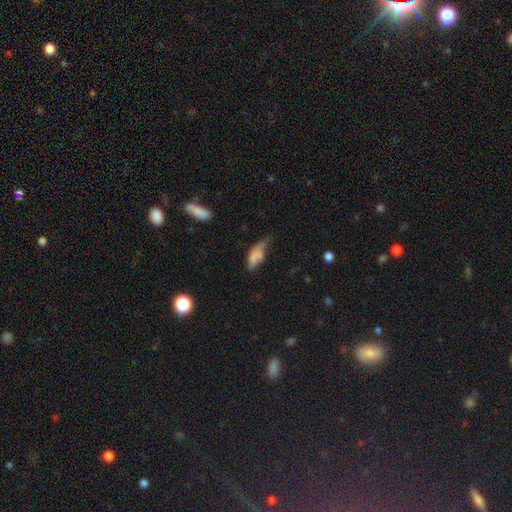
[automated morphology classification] This is likely a smooth galaxy (66%). How rounded: likely in between (70%). Merging: marginally minor disturbance (32%).